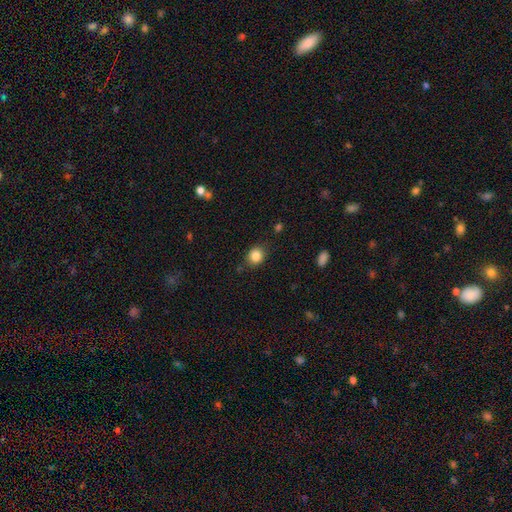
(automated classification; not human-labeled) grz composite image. It shows a smooth galaxy with no disk features (85%) that is round (69%). Merging: none (84%).